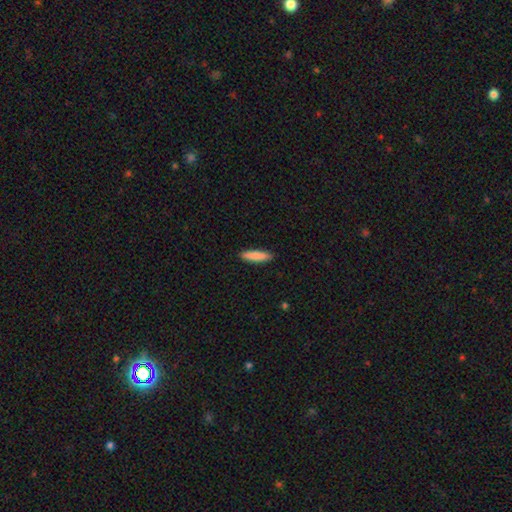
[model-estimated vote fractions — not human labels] smooth-or-featured: smooth: 86% | featured or disk: 9% | star or artifact: 6%
  how-rounded: cigar-shaped: 78% | in between: 21% | round: 1%
  merging: none: 90% | minor disturbance: 8% | major disturbance: 2% | merger: 1%